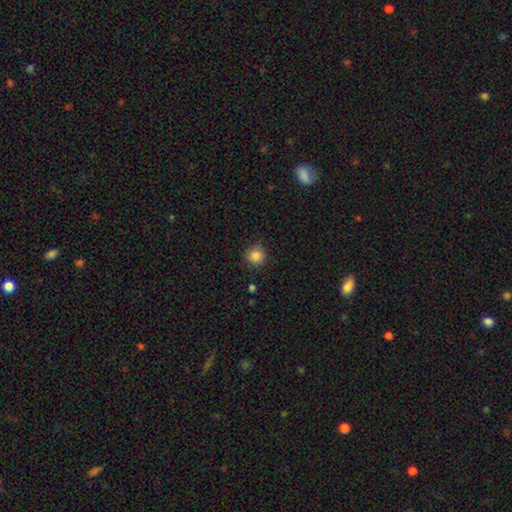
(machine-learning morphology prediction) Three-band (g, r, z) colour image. It shows a smooth galaxy with no disk features (85%) that is round (92%). Merging: none (88%).